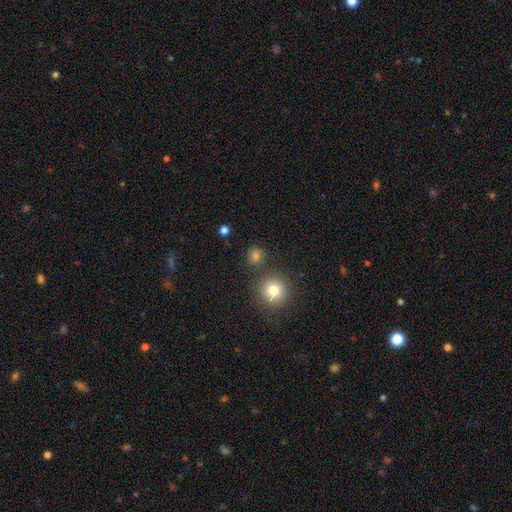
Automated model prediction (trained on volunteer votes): This appears to be a smooth galaxy with no disk features (78%) that is round (82%). Merging: none (77%).